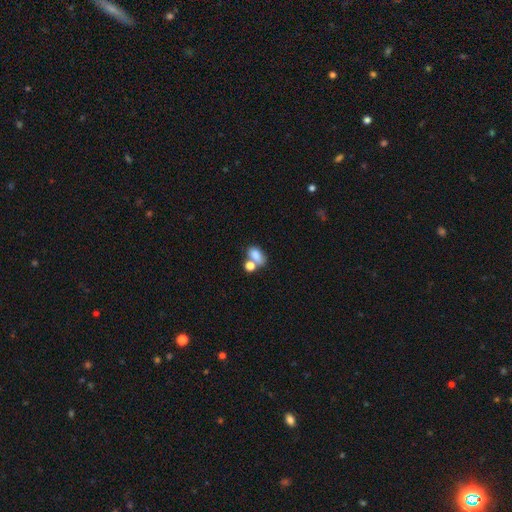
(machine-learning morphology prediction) smooth-or-featured: smooth: 78% | featured or disk: 11% | star or artifact: 11%
  how-rounded: in between: 81% | round: 17% | cigar-shaped: 2%
  merging: merger: 46% | none: 36% | minor disturbance: 12% | major disturbance: 7%